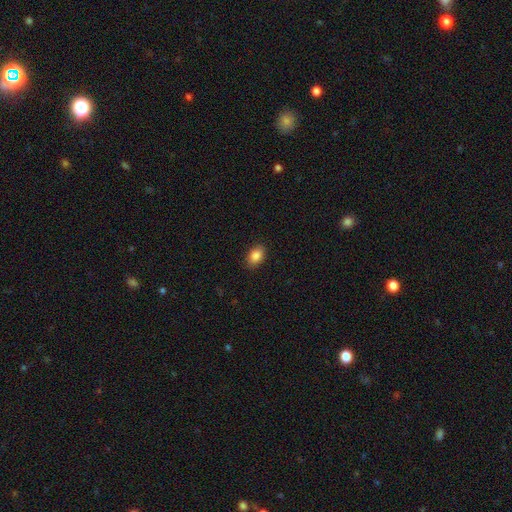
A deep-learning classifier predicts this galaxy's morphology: Overall: smooth (87%). How rounded: in between (81%). Merging: none (88%).